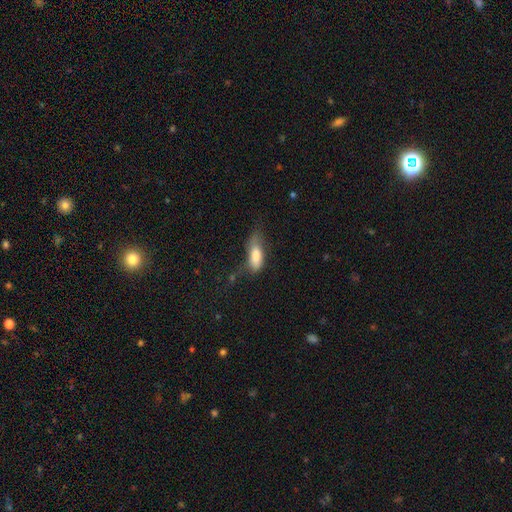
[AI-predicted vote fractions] smooth-or-featured: smooth: 78% | featured or disk: 15% | star or artifact: 8%
  how-rounded: in between: 78% | cigar-shaped: 19% | round: 3%
  merging: minor disturbance: 35% | none: 31% | major disturbance: 30% | merger: 4%